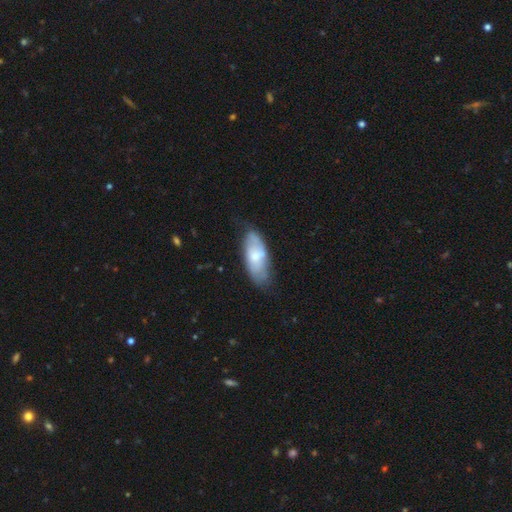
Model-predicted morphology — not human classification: Smooth or featured? smooth (57%)
How rounded? in between (84%)
Merging? none (60%)